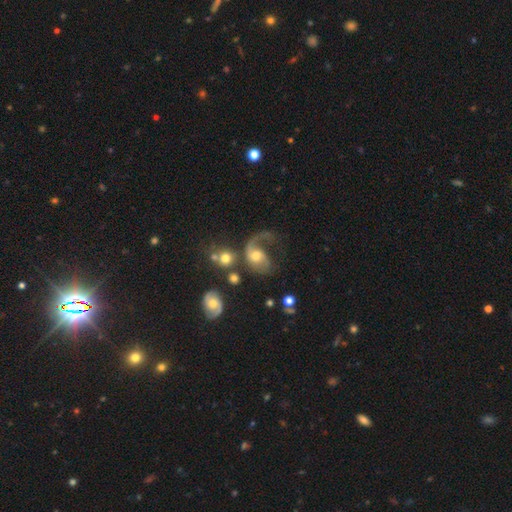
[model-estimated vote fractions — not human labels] A featured or disk galaxy (69%) with no bar (62%), 1 (69%) loose (63%) spiral arms (87%) and a moderate central bulge (61%).

Vote fractions:
- Smooth or featured? featured or disk: 69% / smooth: 24% / star or artifact: 8%
- Edge-on disk? no: 97% / yes: 3%
- Bar? no: 62% / weak: 31% / strong: 7%
- Spiral arms? yes: 87% / no: 13%
- Spiral winding? loose: 63% / medium: 28% / tight: 9%
- Spiral arm count? 1: 69% / 2: 24% / can't tell: 4% / 3: 1% / 4: 1% / more than 4: 1%
- Bulge size? moderate: 61% / small: 20% / large: 13% / none: 3% / dominant: 2%
- Merging? major disturbance: 49% / none: 26% / minor disturbance: 13% / merger: 12%